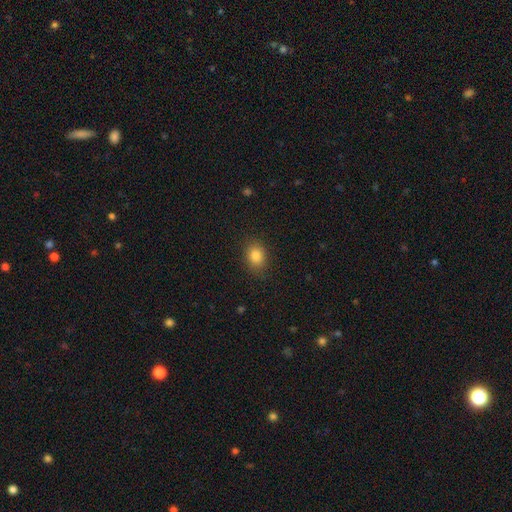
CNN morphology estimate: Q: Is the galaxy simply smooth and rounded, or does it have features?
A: smooth — 83%.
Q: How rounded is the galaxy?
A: in between — 54%.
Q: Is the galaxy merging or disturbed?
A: none — 85%.